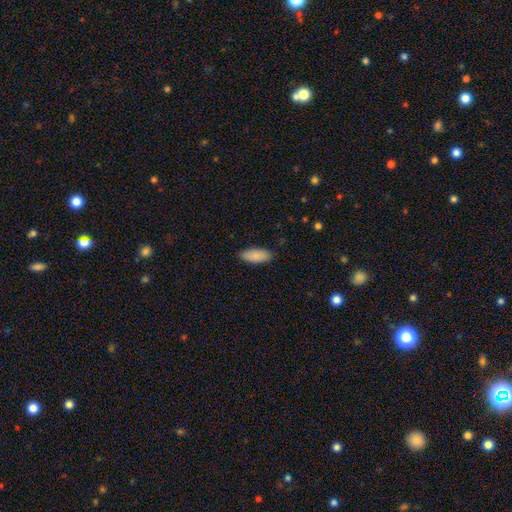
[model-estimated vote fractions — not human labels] Overall: smooth (88%). How rounded: in between (86%). Merging: none (86%).